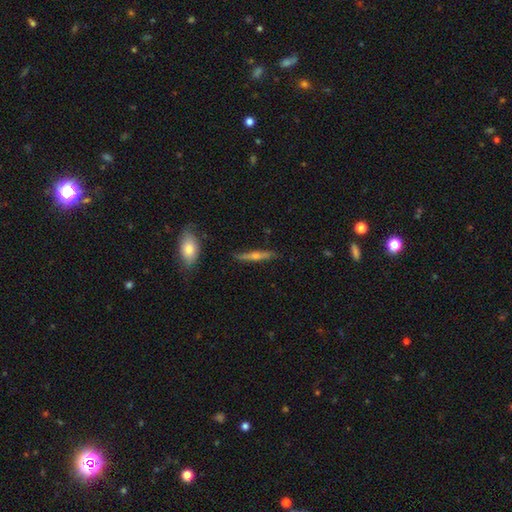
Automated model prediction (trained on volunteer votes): smooth-or-featured: featured or disk: 63% | smooth: 30% | star or artifact: 7%
  disk-edge-on: yes: 96% | no: 4%
    edge-on-bulge: rounded: 87% | none: 9% | boxy: 4%
  merging: none: 86% | minor disturbance: 10% | major disturbance: 2% | merger: 2%